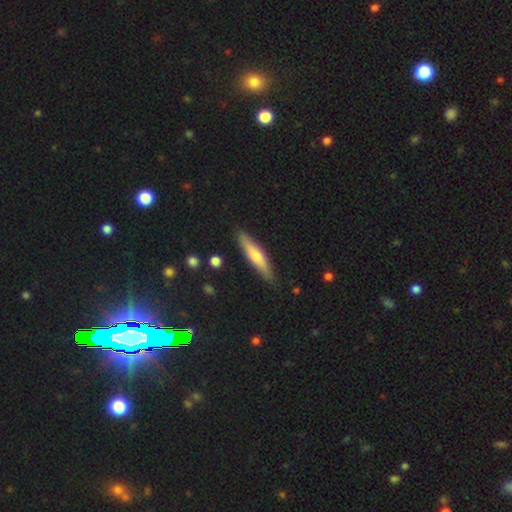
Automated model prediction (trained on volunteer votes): smooth 51%, featured or disk 43%, star or artifact 6%. Down the decision tree: how rounded — cigar-shaped (84%); merging — none (87%).